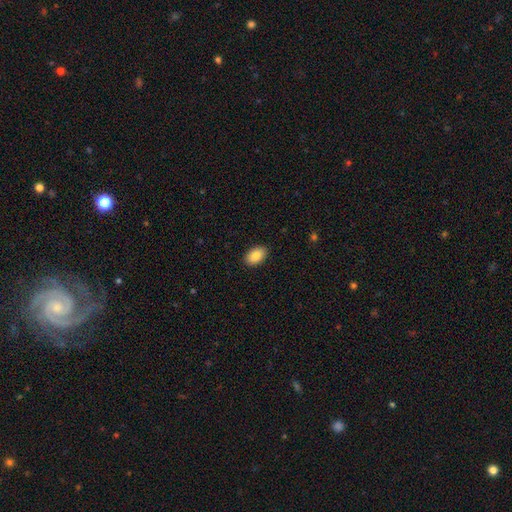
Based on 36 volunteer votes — A smooth galaxy with no disk features (89%) that is in between round and cigar-shaped (91%). Merging: none (91%).